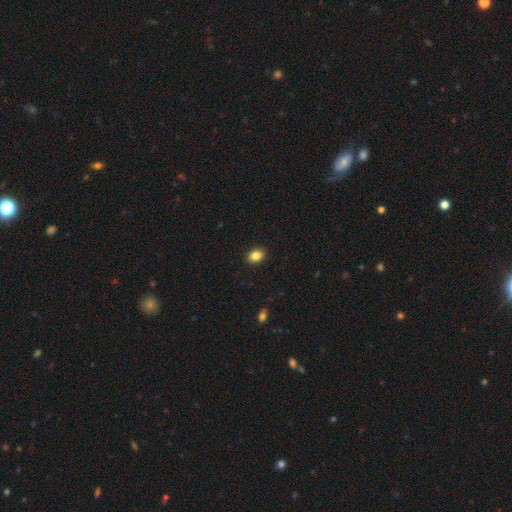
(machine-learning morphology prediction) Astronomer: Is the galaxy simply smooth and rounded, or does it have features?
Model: smooth — 85%.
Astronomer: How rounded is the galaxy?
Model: in between — 70%.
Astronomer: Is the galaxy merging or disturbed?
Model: none — 90%.